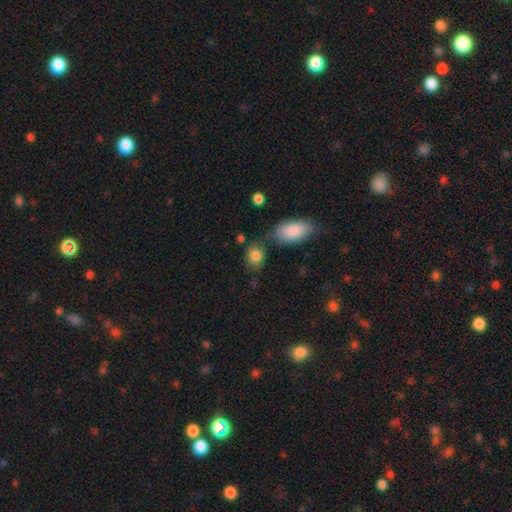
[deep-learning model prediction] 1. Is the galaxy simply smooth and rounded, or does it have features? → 84% smooth, 9% star or artifact, 7% featured or disk.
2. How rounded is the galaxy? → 51% in between, 47% round, 2% cigar-shaped.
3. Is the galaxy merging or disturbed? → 62% none, 20% minor disturbance, 11% merger, 6% major disturbance.